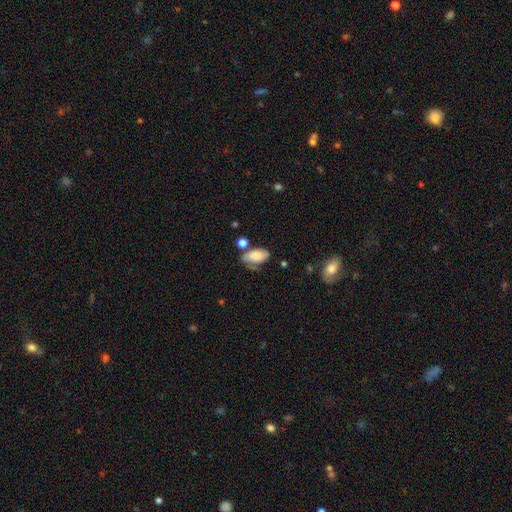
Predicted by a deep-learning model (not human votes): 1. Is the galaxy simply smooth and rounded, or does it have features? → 72% smooth, 20% featured or disk, 8% star or artifact.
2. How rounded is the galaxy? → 92% in between, 5% round, 2% cigar-shaped.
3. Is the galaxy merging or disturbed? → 43% none, 29% minor disturbance, 15% major disturbance, 13% merger.